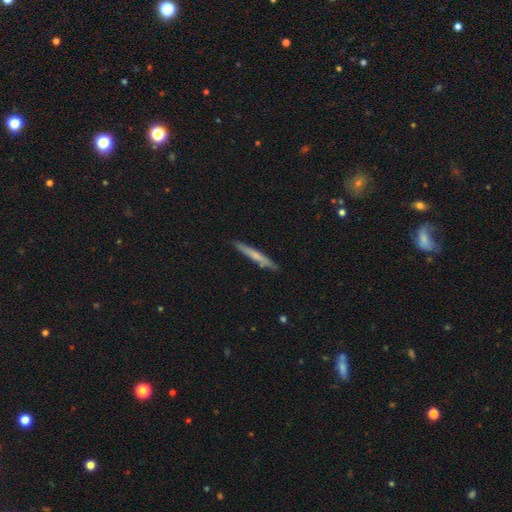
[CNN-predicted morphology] smooth_or_featured: smooth (p=0.56) [alt: featured or disk p=0.38]
how_rounded: cigar-shaped (p=0.96) [alt: in between p=0.03]
merging: none (p=0.88) [alt: minor disturbance p=0.09]